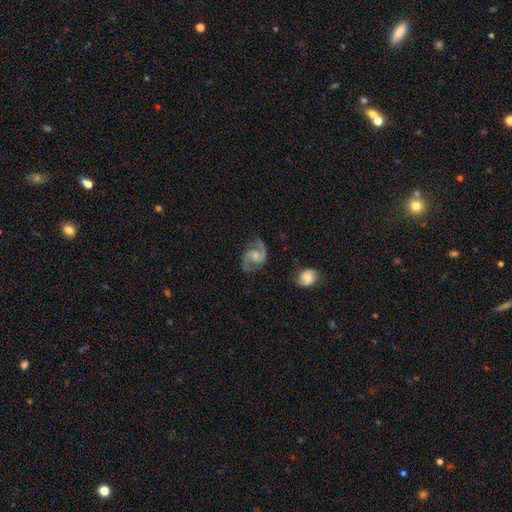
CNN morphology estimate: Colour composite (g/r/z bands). It shows a featured or disk galaxy (90%) with no bar (49%), 2 (94%) medium (61%) spiral arms (98%) and a small central bulge (42%, tied with moderate). Merging: none (76%).